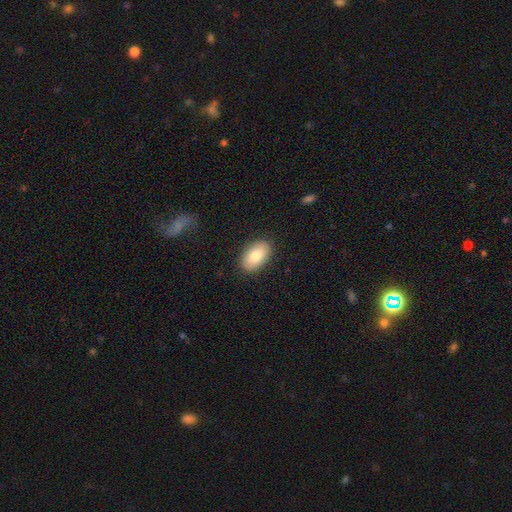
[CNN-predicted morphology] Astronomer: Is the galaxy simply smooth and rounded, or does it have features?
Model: smooth — 81%.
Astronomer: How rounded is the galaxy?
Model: in between — 93%.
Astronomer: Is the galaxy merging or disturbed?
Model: none — 88%.